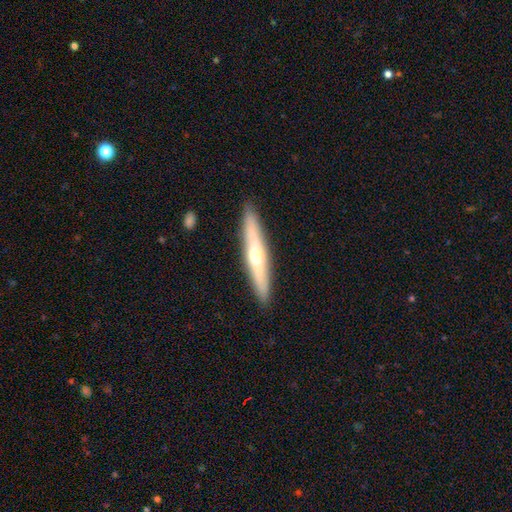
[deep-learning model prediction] A featured or disk galaxy (53%) viewed edge-on (91%).

Vote fractions:
- Smooth or featured? featured or disk: 53% / smooth: 42% / star or artifact: 5%
- Edge-on disk? yes: 91% / no: 9%
- Merging? none: 91% / minor disturbance: 7% / major disturbance: 1% / merger: 1%